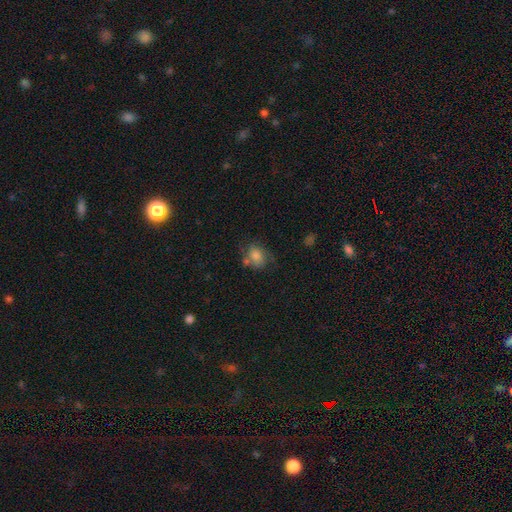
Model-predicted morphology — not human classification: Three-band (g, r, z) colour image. It shows a smooth galaxy with no disk features (71%) that is round (51%). Merging: none (51%).